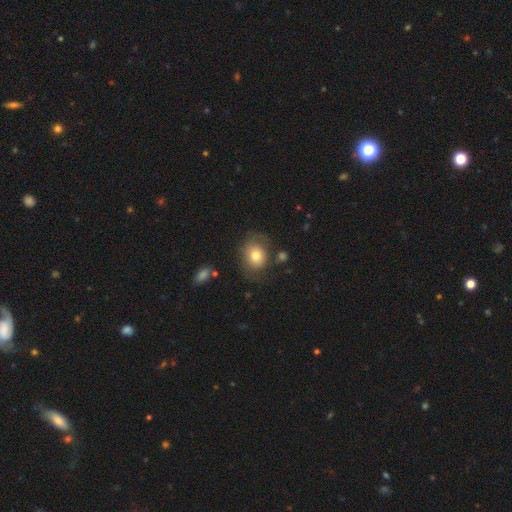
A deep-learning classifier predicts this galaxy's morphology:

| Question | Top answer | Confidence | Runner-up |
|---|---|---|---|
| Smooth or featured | smooth | 72% | featured or disk (19%) |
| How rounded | round | 55% | in between (44%) |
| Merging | none | 61% | minor disturbance (22%) |